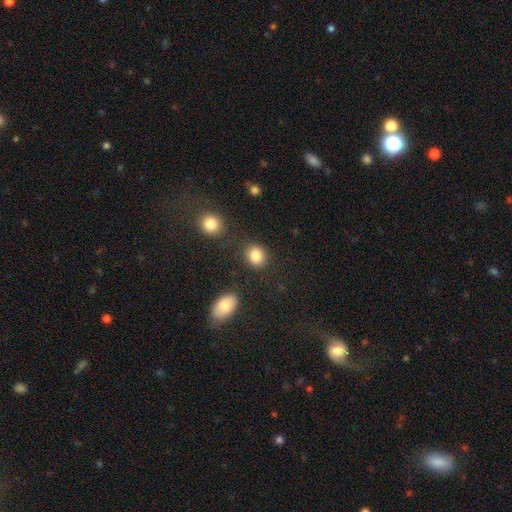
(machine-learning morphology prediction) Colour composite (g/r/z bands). It shows a smooth galaxy with no disk features (86%) that is round (71%). Merging: none (82%).